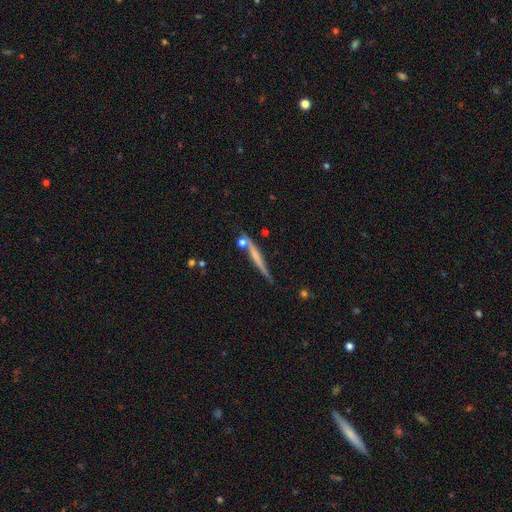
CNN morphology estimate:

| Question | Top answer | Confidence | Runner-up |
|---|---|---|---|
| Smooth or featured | featured or disk | 55% | smooth (37%) |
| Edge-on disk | yes | 95% | no (5%) |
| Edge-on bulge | none | 62% | rounded (27%) |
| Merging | none | 72% | minor disturbance (15%) |